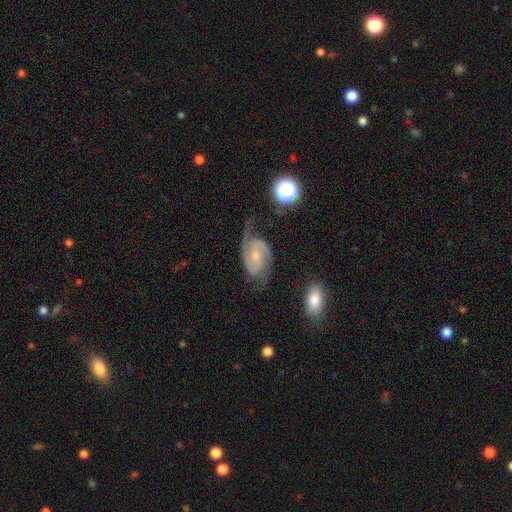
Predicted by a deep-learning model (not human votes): smooth_or_featured: featured or disk (p=0.85) [alt: smooth p=0.09]
disk_edge_on: no (p=0.97) [alt: yes p=0.03]
bar: no (p=0.47) [alt: weak p=0.42]
has_spiral_arms: yes (p=0.97) [alt: no p=0.03]
spiral_winding: medium (p=0.50) [alt: tight p=0.32]
spiral_arm_count: 2 (p=0.88) [alt: can't tell p=0.05]
bulge_size: small (p=0.55) [alt: moderate p=0.35]
merging: none (p=0.60) [alt: minor disturbance p=0.22]